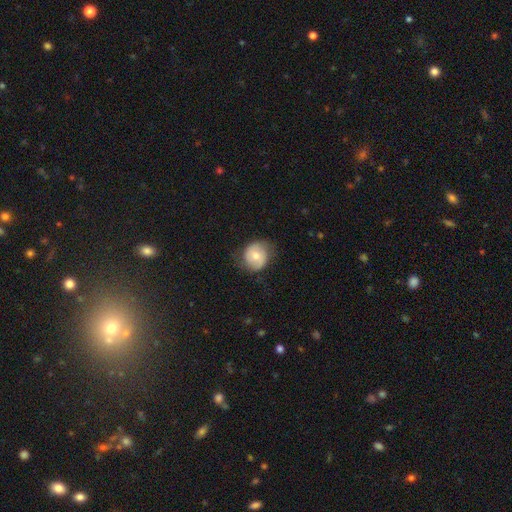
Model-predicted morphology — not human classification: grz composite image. It shows a smooth galaxy with no disk features (61%) that is round (77%). Merging: none (69%).